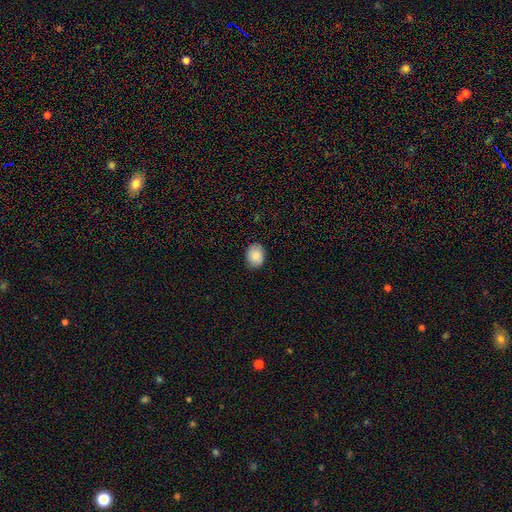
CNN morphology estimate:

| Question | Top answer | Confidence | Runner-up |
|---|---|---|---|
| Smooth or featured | smooth | 86% | star or artifact (8%) |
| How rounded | in between | 55% | round (44%) |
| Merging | none | 88% | minor disturbance (10%) |